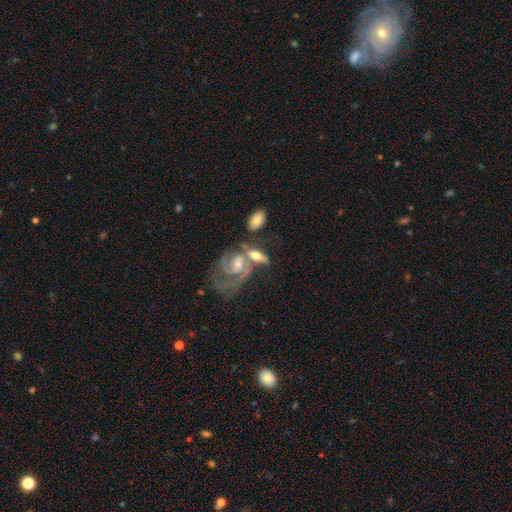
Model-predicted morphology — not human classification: This is likely a featured or disk galaxy (71%). It is clearly not viewed edge-on (85%). Bar: likely no (62%). Spiral arm pattern: clearly yes (84%). Spiral arm count: possibly 2 (55%). Spiral winding: marginally tight (44%). Central bulge: possibly moderate (49%). Merging: marginally merger (44%).